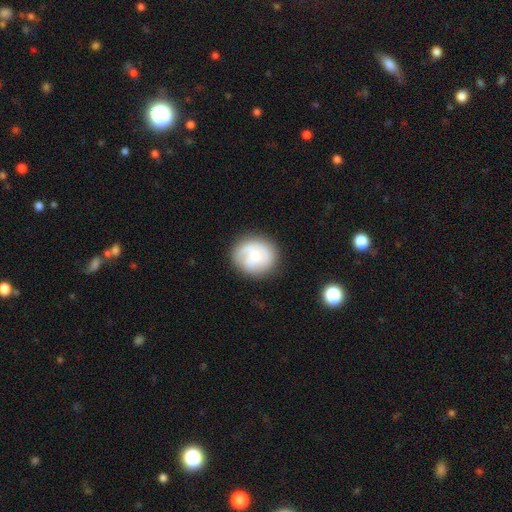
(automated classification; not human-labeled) Smooth or featured? Predicted: smooth (p=0.48). Merging? Predicted: none (p=0.74).